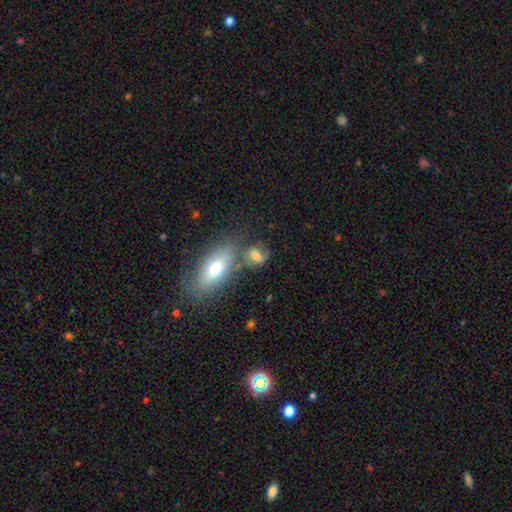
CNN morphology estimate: This appears to be a smooth galaxy with no disk features (52%) that is in between round and cigar-shaped (61%). Merging: none (50%).